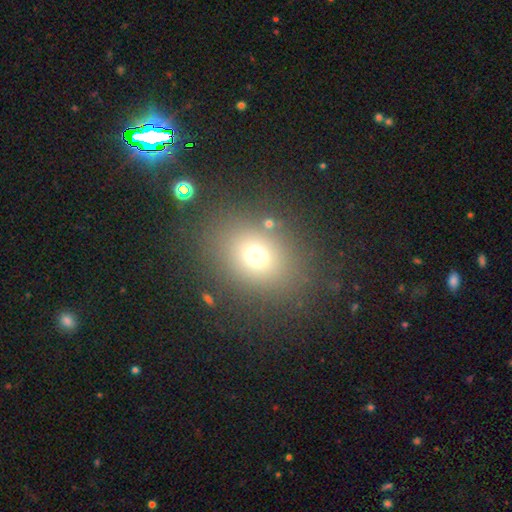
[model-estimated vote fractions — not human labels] This is likely a smooth galaxy (69%). How rounded: possibly round (54%). Merging: likely none (79%).